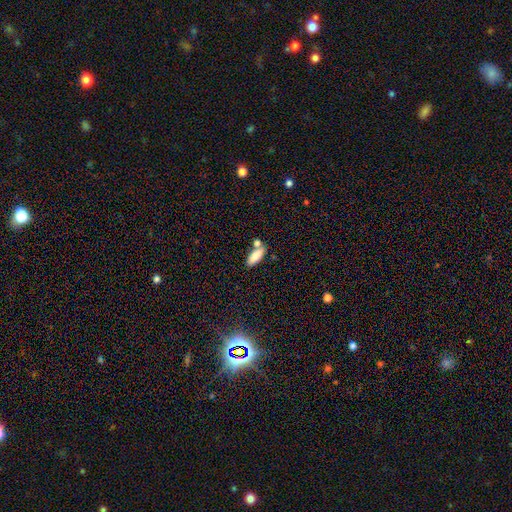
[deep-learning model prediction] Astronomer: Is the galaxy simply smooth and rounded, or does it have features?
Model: smooth — 84%.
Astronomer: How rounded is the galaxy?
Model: in between — 70%.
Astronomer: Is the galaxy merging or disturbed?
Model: none — 63%.